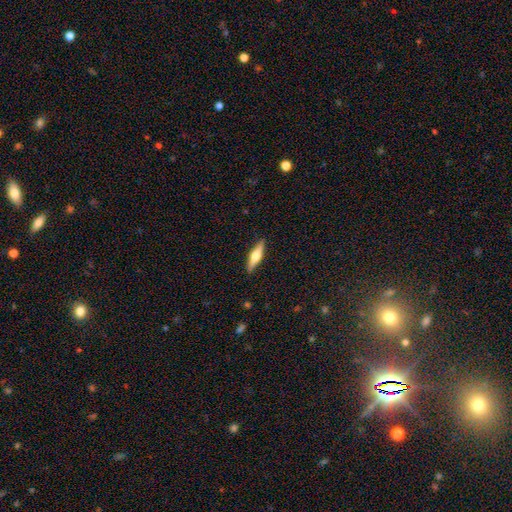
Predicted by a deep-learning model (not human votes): A featured or disk galaxy (53%) viewed edge-on (95%) with a rounded central bulge (91%).

Vote fractions:
- Smooth or featured? featured or disk: 53% / smooth: 41% / star or artifact: 6%
- Edge-on disk? yes: 95% / no: 5%
- Edge-on bulge? rounded: 91% / boxy: 6% / none: 3%
- Merging? none: 89% / minor disturbance: 8% / major disturbance: 2% / merger: 1%